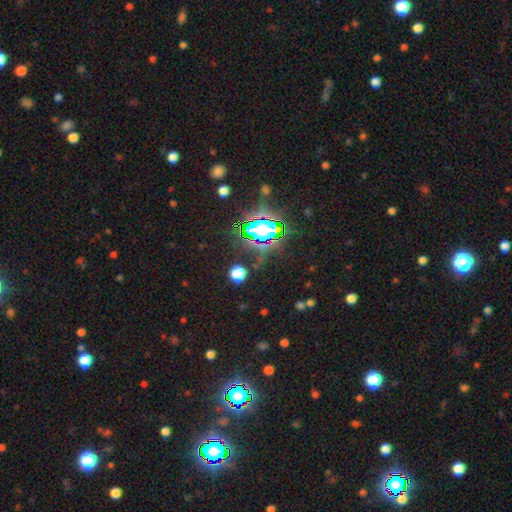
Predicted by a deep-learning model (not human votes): star or artifact 81%, smooth 12%, featured or disk 8%.